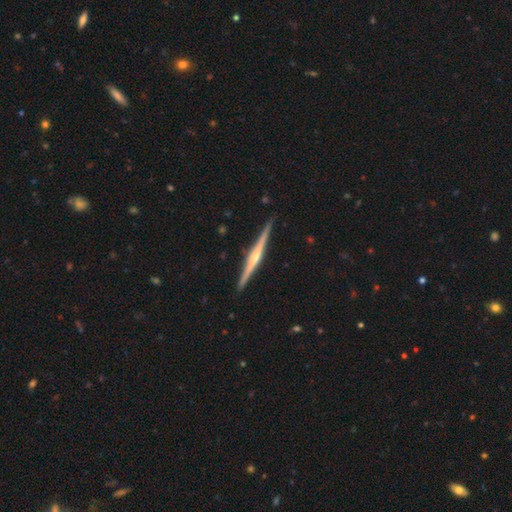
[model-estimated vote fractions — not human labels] A featured or disk galaxy (81%) viewed edge-on (99%) with a rounded central bulge (74%).

Vote fractions:
- Smooth or featured? featured or disk: 81% / smooth: 14% / star or artifact: 5%
- Edge-on disk? yes: 99% / no: 1%
- Edge-on bulge? rounded: 74% / none: 15% / boxy: 11%
- Merging? none: 91% / minor disturbance: 7% / major disturbance: 1% / merger: 1%